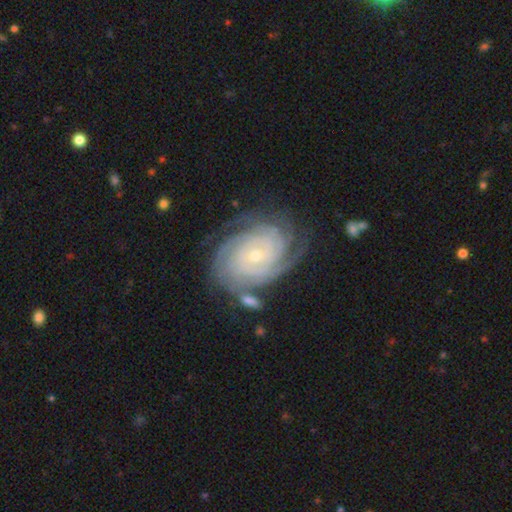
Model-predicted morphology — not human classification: featured or disk 91%, star or artifact 5%, smooth 5%. Down the decision tree: edge-on disk — no (97%); bar — no (75%); spiral arms — yes (98%); spiral arm count — 4 (29%); spiral winding — tight (86%); bulge size — small (73%); merging — none (72%).